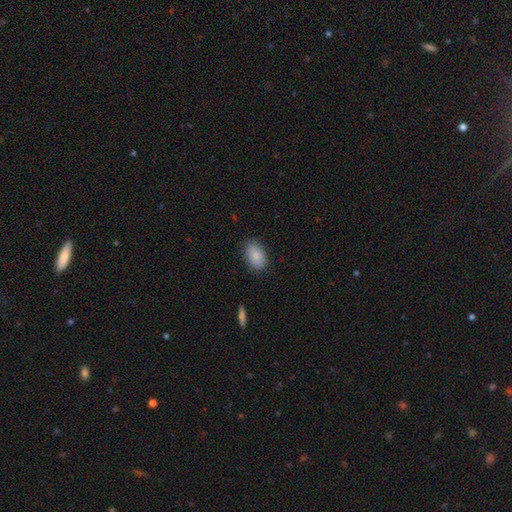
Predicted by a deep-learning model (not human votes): Smooth or featured? Predicted: smooth (p=0.86). How rounded? Predicted: in between (p=0.89). Merging? Predicted: none (p=0.82).